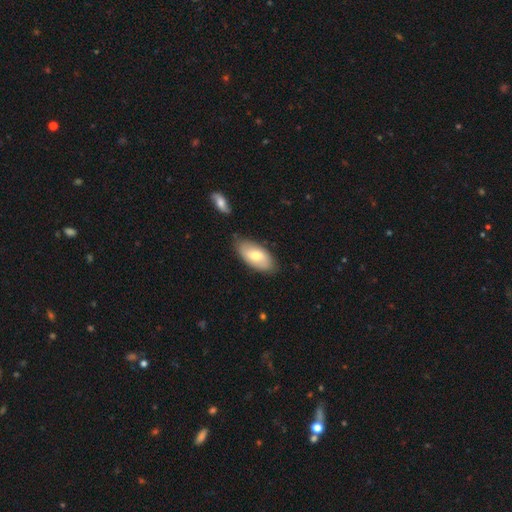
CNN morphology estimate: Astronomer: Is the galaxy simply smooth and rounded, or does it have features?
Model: smooth — 65%.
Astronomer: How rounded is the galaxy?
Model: in between — 94%.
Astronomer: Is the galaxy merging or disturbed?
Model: none — 78%.